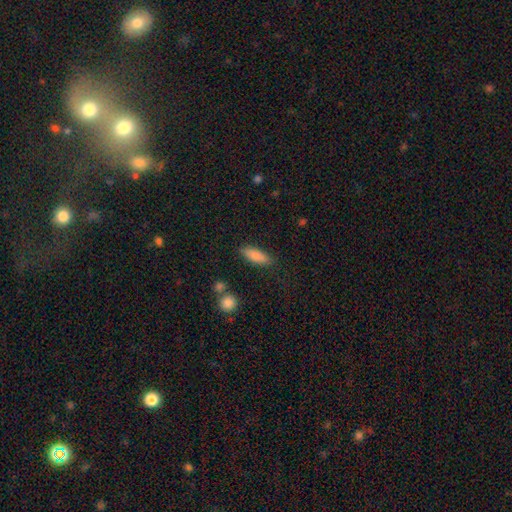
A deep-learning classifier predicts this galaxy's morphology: A smooth galaxy with no disk features (86%) that is in between round and cigar-shaped (59%). Merging: none (85%).